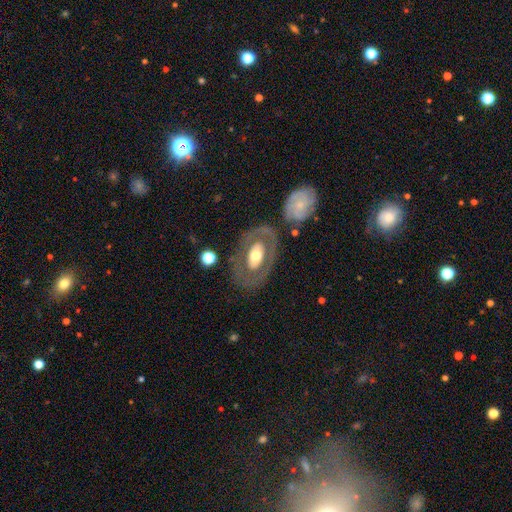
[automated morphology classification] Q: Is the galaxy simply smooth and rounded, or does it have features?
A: featured or disk — 59%.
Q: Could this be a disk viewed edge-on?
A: no — 90%.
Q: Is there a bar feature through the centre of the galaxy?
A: no — 78%.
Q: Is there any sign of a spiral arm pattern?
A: no — 82%.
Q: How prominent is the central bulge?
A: moderate — 57%.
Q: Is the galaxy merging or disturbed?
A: none — 74%.